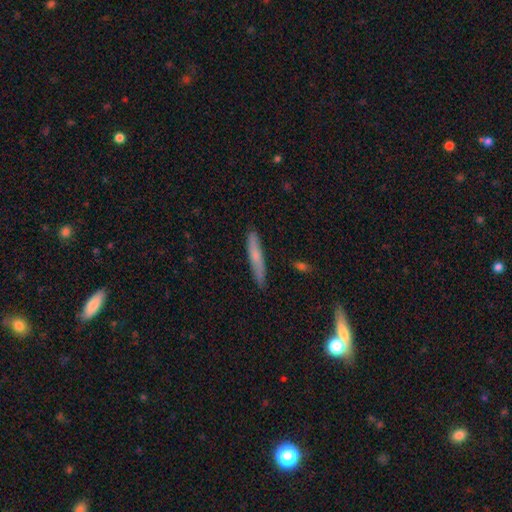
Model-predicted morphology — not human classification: Overall: smooth (61%; featured or disk 32%). How rounded: cigar-shaped (92%). Merging: none (86%).